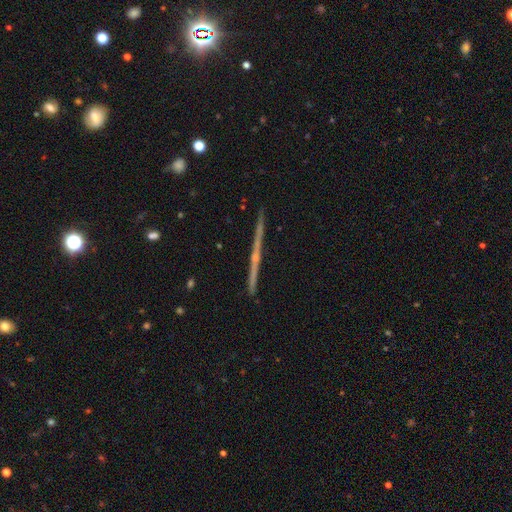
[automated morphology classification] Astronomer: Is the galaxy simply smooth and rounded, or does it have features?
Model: featured or disk — 79%.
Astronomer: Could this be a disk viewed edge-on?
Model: yes — 98%.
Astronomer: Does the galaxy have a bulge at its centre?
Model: rounded — 50% (runner-up: none, 43%).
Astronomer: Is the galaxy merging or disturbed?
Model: none — 92%.